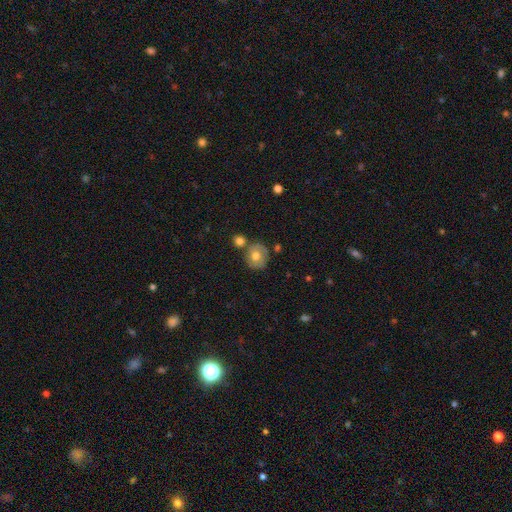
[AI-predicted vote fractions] The model was most divided on "smooth or featured": smooth: 61%, featured or disk: 30%, star or artifact: 8%. More confident: how rounded — round (82%); merging — none (64%).